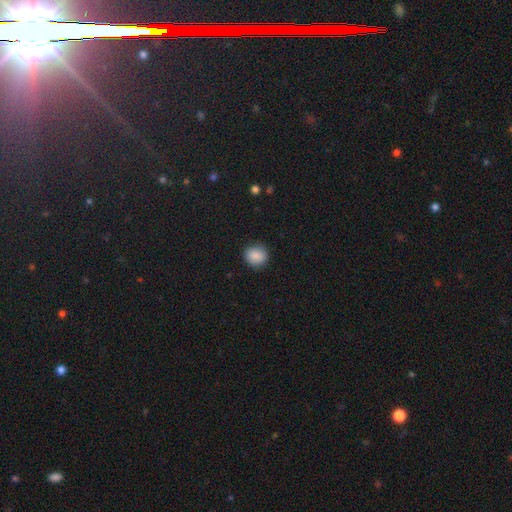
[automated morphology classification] type=smooth (87%); roundness=round (83%); merging=none (88%).